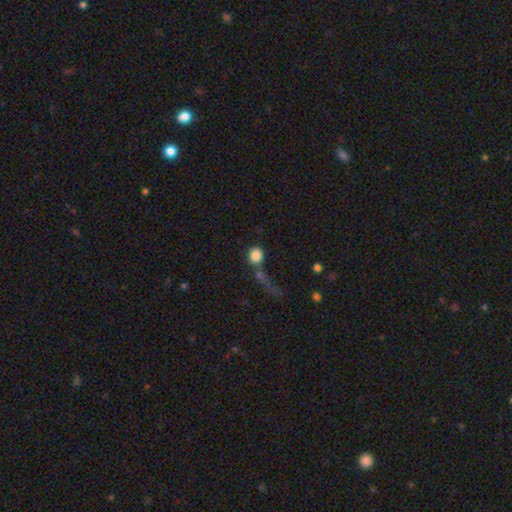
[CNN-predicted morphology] smooth 83%, star or artifact 9%, featured or disk 7%. Down the decision tree: how rounded — round (88%); merging — none (48%).